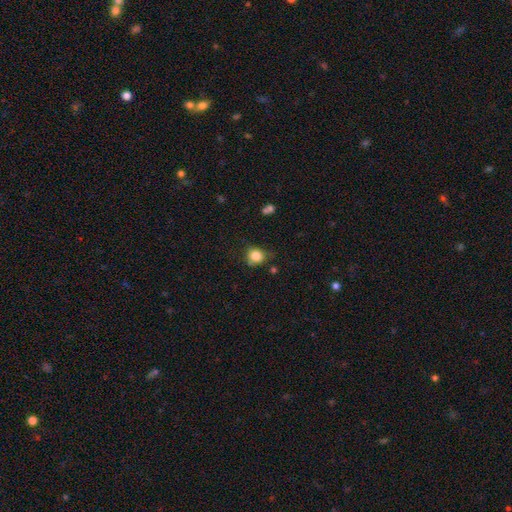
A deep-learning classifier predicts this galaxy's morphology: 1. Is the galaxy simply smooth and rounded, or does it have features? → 82% smooth, 11% star or artifact, 7% featured or disk.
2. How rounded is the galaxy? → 78% round, 21% in between, 1% cigar-shaped.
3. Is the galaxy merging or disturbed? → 64% none, 25% minor disturbance, 7% major disturbance, 4% merger.